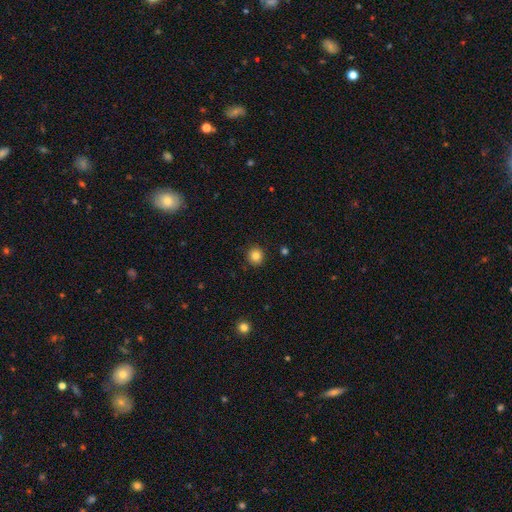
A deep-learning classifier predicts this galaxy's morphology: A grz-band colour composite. It shows a smooth galaxy with no disk features (84%) that is round (92%). Merging: none (91%).